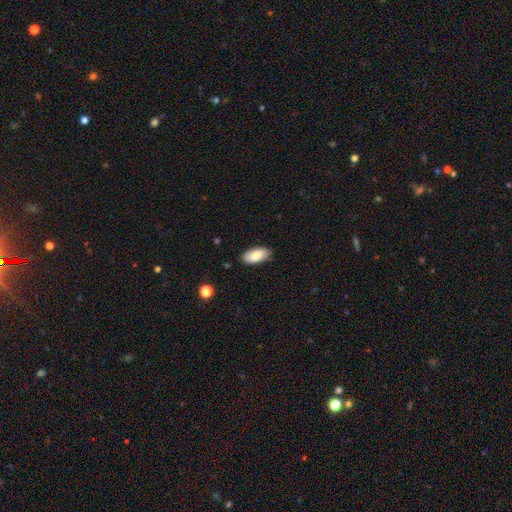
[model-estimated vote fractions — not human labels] Smooth or featured? smooth (84%)
How rounded? in between (92%)
Merging? none (85%)